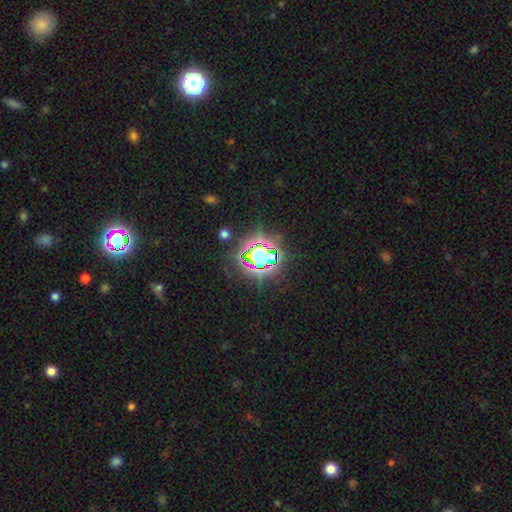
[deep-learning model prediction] Overall: star or artifact (72%).